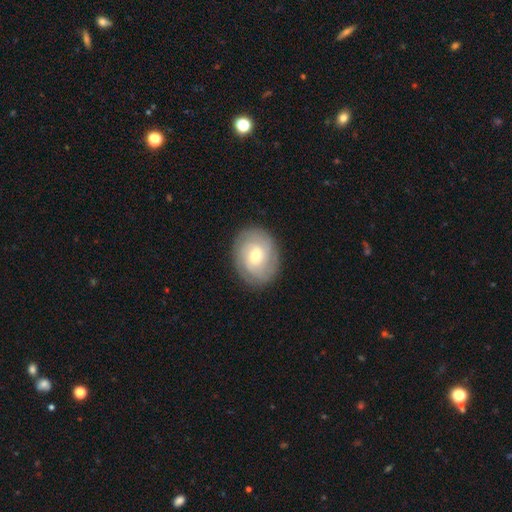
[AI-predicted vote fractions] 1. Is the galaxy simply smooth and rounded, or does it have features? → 67% featured or disk, 27% smooth, 7% star or artifact.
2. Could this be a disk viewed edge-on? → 97% no, 3% yes.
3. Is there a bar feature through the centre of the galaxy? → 59% no, 35% weak, 7% strong.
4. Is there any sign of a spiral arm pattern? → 87% yes, 13% no.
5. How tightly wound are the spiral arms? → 71% tight, 23% medium, 6% loose.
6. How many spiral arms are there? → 38% can't tell, 21% 2, 21% 3, 10% 4, 5% more than 4, 5% 1.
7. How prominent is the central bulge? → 55% moderate, 40% small, 3% large, 1% none, 1% dominant.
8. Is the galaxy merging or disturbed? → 85% none, 10% minor disturbance, 3% major disturbance, 1% merger.